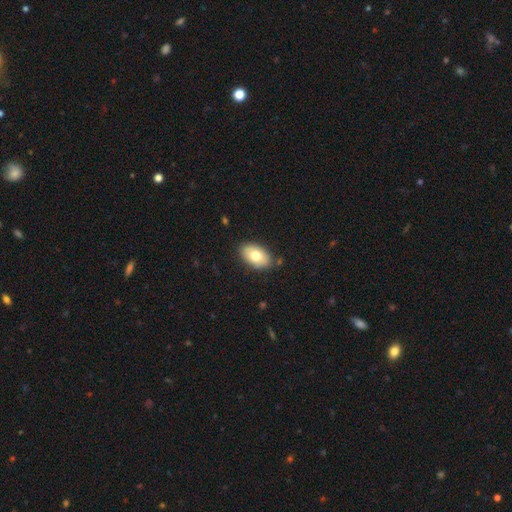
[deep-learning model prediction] Smooth or featured?
  - smooth: 75% *
  - featured or disk: 18%
  - star or artifact: 7%
How rounded?
  - in between: 92% *
  - round: 6%
  - cigar-shaped: 1%
Merging?
  - none: 84% *
  - minor disturbance: 12%
  - major disturbance: 2%
  - merger: 2%